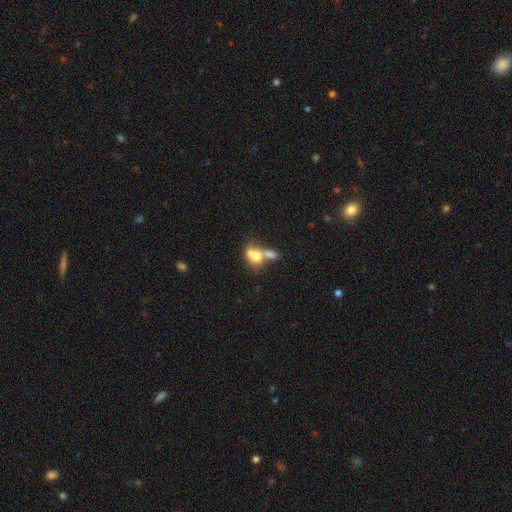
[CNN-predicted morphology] Smooth or featured?
  - smooth: 66% *
  - featured or disk: 24%
  - star or artifact: 10%
How rounded?
  - in between: 66% *
  - round: 31%
  - cigar-shaped: 3%
Merging?
  - merger: 67% *
  - none: 18%
  - minor disturbance: 8%
  - major disturbance: 7%